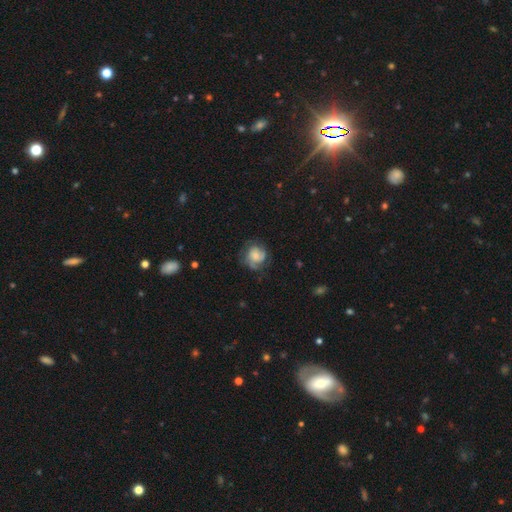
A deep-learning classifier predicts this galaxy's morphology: Q: Smooth or featured?
A: featured or disk (52%); runner-up: smooth (39%)
Q: Edge-on disk?
A: no (98%); runner-up: yes (2%)
Q: Bar?
A: no (72%); runner-up: weak (24%)
Q: Spiral arms?
A: yes (83%); runner-up: no (17%)
Q: Bulge size?
A: small (35%); runner-up: moderate (32%)
Q: Merging?
A: none (62%); runner-up: minor disturbance (22%)